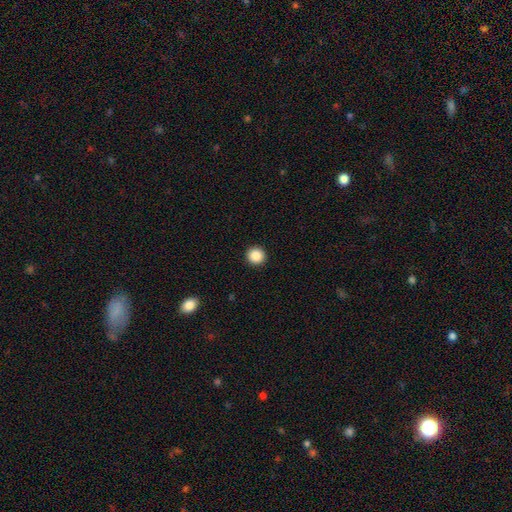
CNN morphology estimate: Q: Smooth or featured?
A: smooth (88%); runner-up: star or artifact (9%)
Q: How rounded?
A: round (95%); runner-up: in between (4%)
Q: Merging?
A: none (94%); runner-up: minor disturbance (4%)